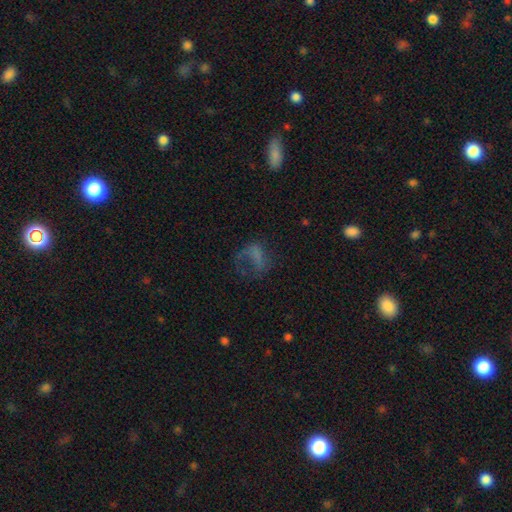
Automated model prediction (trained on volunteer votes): The model was most divided on "smooth or featured": smooth: 47%, featured or disk: 33%, star or artifact: 20%. Remaining: merging — major disturbance (48%).